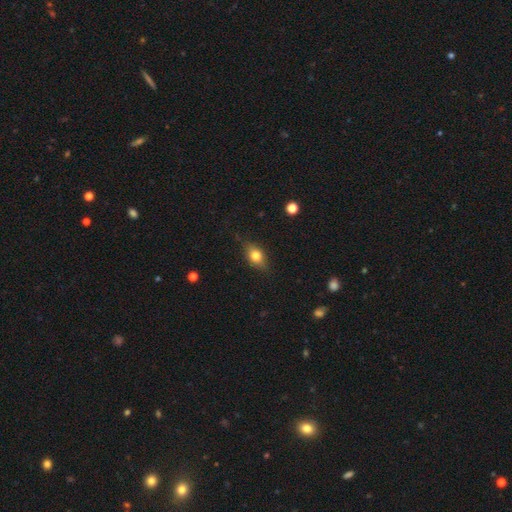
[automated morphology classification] Smooth or featured? smooth (70%)
How rounded? in between (71%)
Merging? none (78%)